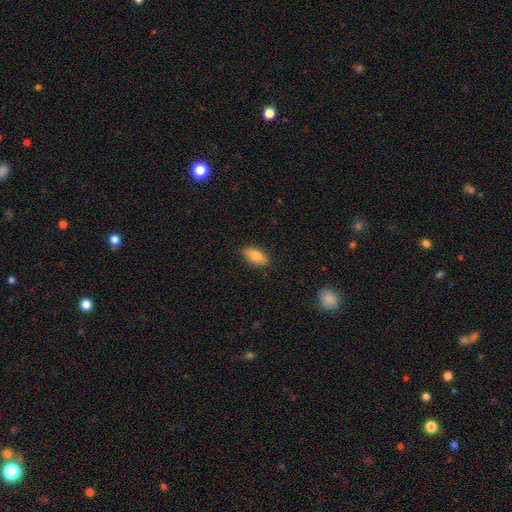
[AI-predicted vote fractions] This is likely a smooth galaxy (79%). How rounded: clearly in between (86%). Merging: clearly none (88%).